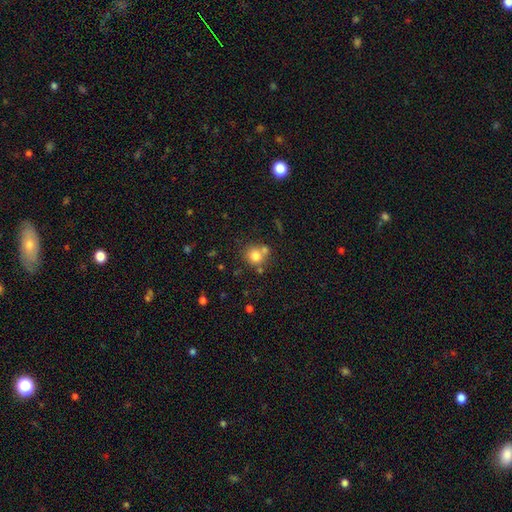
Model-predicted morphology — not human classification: smooth 78%, star or artifact 12%, featured or disk 11%. Down the decision tree: how rounded — round (84%); merging — none (56%).